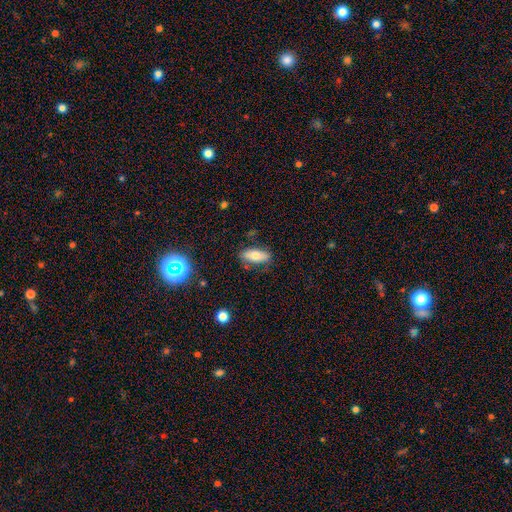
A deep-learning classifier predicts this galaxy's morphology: The model was most divided on "smooth or featured": smooth: 69%, featured or disk: 23%, star or artifact: 9%. More confident: how rounded — in between (80%); merging — none (78%).